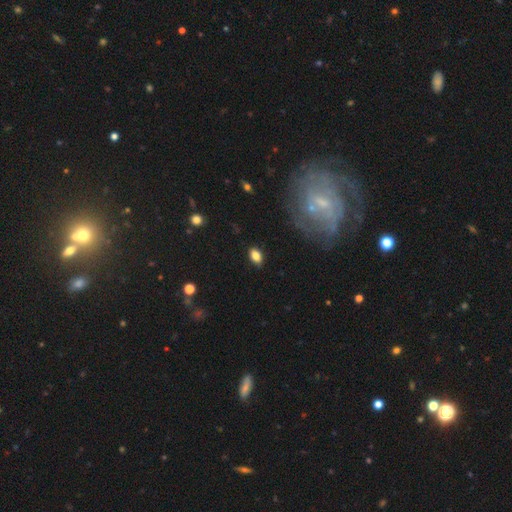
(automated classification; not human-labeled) Smooth or featured: smooth — 83% (star or artifact — 9%)
How rounded: in between — 88% (round — 10%)
Merging: none — 86% (minor disturbance — 10%)